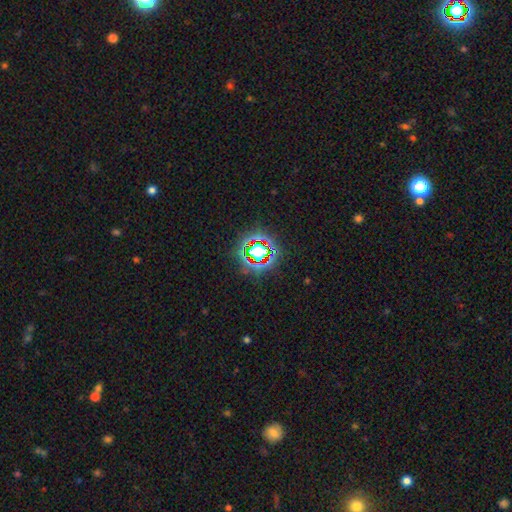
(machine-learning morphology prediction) type=star or artifact (69%).